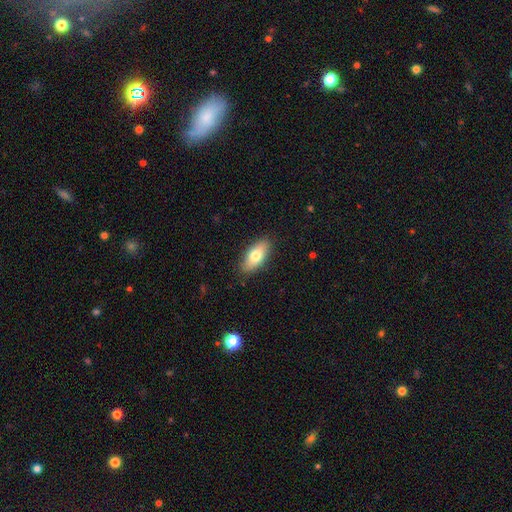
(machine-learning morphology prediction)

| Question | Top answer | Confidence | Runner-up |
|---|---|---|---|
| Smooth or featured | smooth | 74% | featured or disk (20%) |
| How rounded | in between | 85% | cigar-shaped (12%) |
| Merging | none | 86% | minor disturbance (11%) |